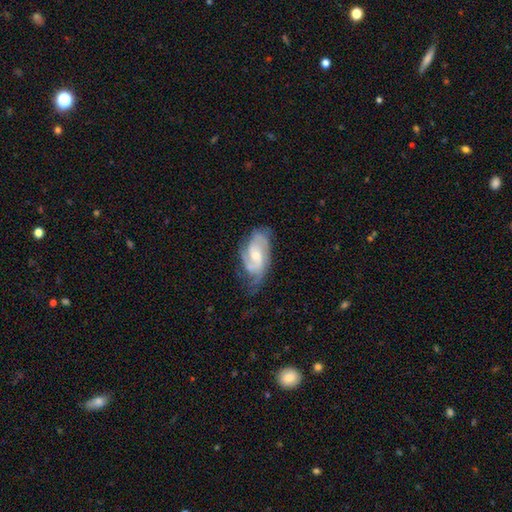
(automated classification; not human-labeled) A featured or disk galaxy (83%) with no bar (46%), 2 (45%) medium (48%) spiral arms (96%) and a moderate central bulge (50%). Merging: none (58%).